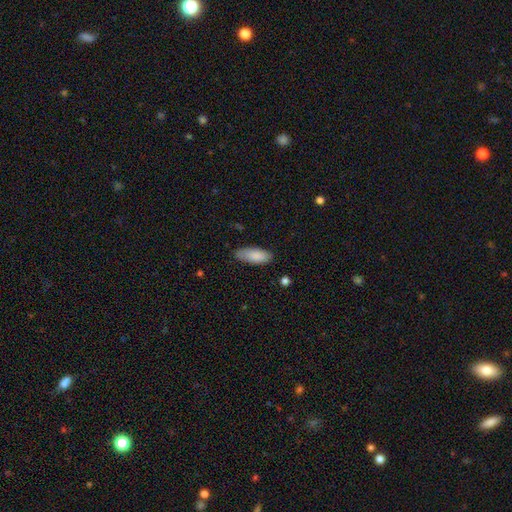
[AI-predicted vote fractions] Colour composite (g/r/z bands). It shows a smooth galaxy with no disk features (87%) that is in between round and cigar-shaped (78%). Merging: none (79%).